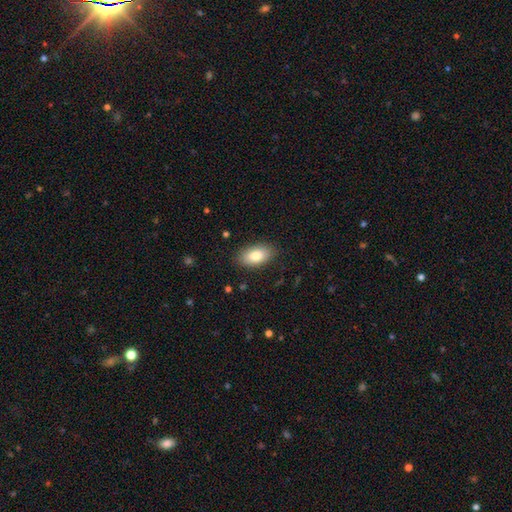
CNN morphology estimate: Overall: smooth (81%). How rounded: in between (93%). Merging: none (87%).